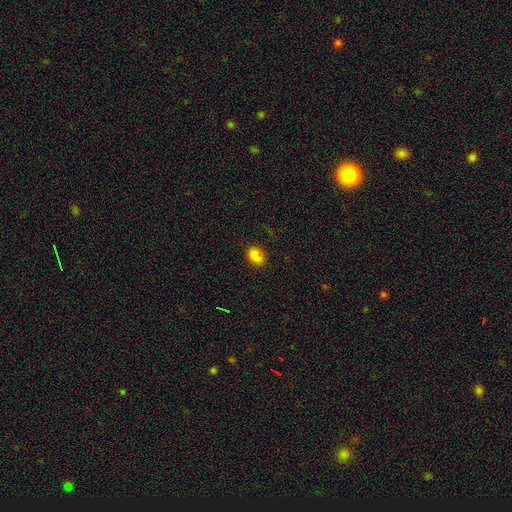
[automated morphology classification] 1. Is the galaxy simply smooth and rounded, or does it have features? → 78% smooth, 15% star or artifact, 7% featured or disk.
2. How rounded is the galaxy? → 73% in between, 26% round, 1% cigar-shaped.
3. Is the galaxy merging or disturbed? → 82% none, 11% minor disturbance, 4% merger, 3% major disturbance.